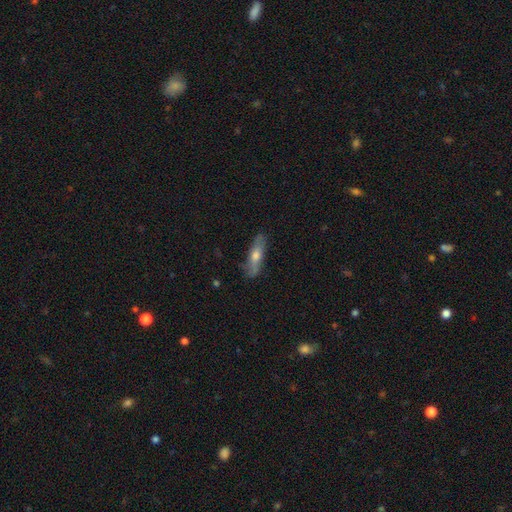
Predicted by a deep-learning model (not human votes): Smooth or featured: smooth — 47% (featured or disk — 46%)
Merging: none — 81% (minor disturbance — 15%)